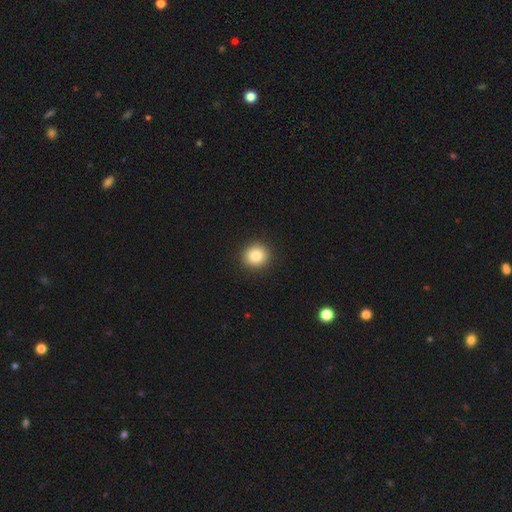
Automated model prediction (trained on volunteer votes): Overall: smooth (85%). How rounded: round (87%). Merging: none (92%).